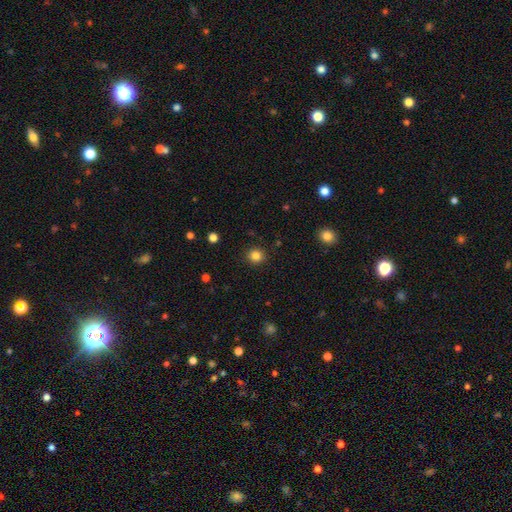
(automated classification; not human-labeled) Smooth or featured? smooth (84%)
How rounded? round (91%)
Merging? none (91%)